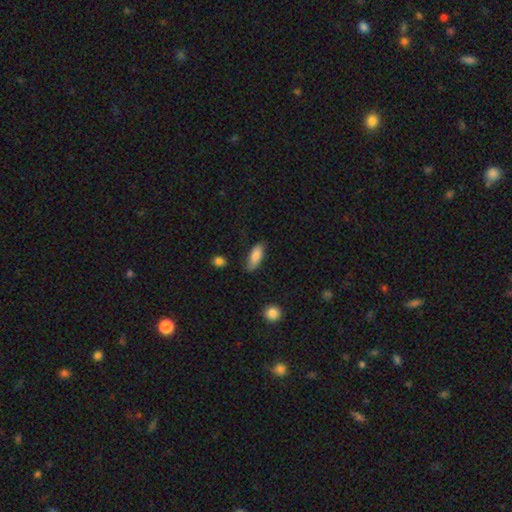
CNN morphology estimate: Smooth or featured: smooth — 83% (featured or disk — 10%)
How rounded: in between — 75% (cigar-shaped — 23%)
Merging: none — 74% (minor disturbance — 20%)